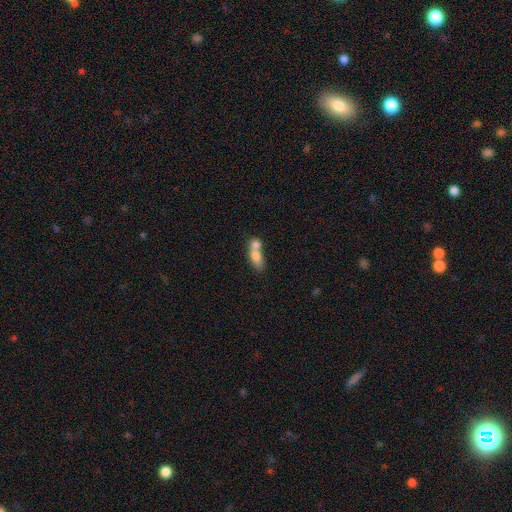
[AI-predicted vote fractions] Smooth or featured? Predicted: smooth (p=0.71). How rounded? Predicted: in between (p=0.67). Merging? Predicted: merger (p=0.70).